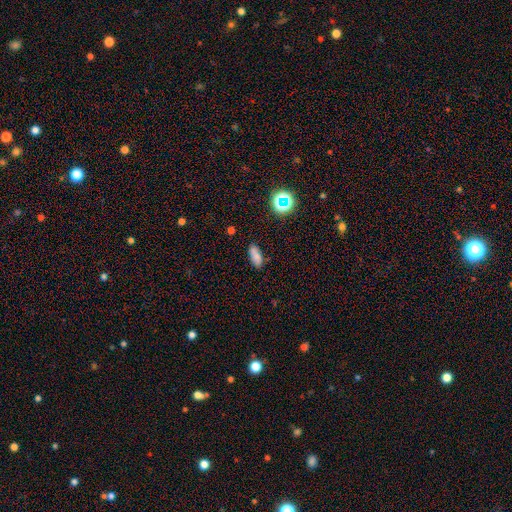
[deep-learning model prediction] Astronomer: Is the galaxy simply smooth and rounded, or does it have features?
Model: smooth — 76%.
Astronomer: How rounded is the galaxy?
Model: in between — 82%.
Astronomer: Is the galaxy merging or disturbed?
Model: none — 78%.